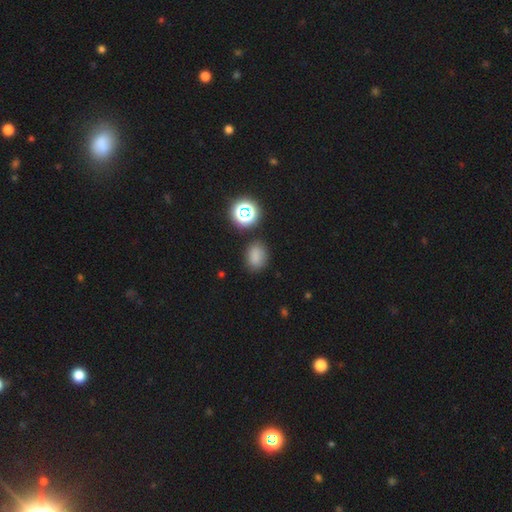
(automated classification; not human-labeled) The model was most divided on "how rounded": in between: 65%, round: 34%, cigar-shaped: 1%. More confident: merging — none (79%); smooth or featured — smooth (78%).